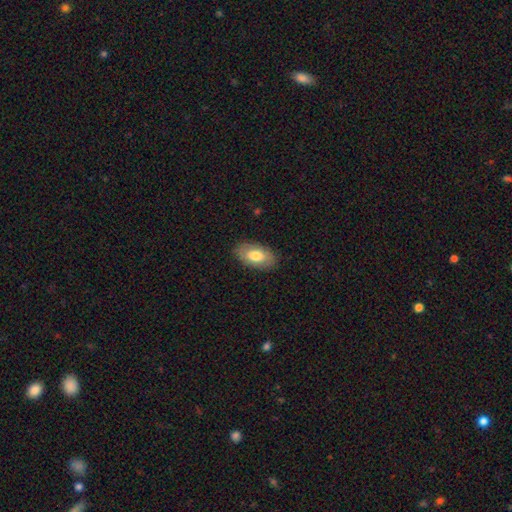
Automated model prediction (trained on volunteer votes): Overall: smooth (71%). How rounded: in between (93%). Merging: none (85%).